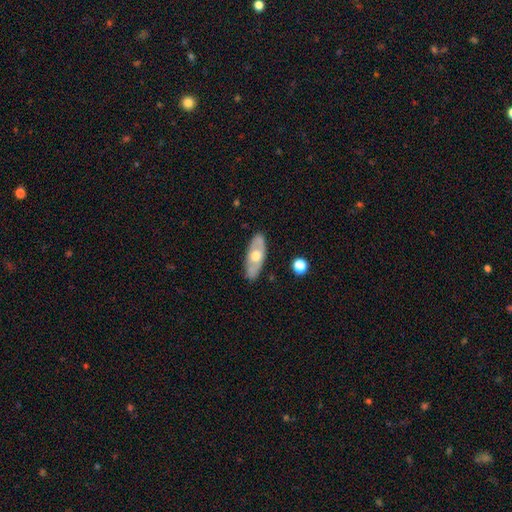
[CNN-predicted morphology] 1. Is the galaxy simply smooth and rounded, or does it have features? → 52% featured or disk, 43% smooth, 5% star or artifact.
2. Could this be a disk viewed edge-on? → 71% no, 29% yes.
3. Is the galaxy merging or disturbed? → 85% none, 11% minor disturbance, 2% major disturbance, 1% merger.